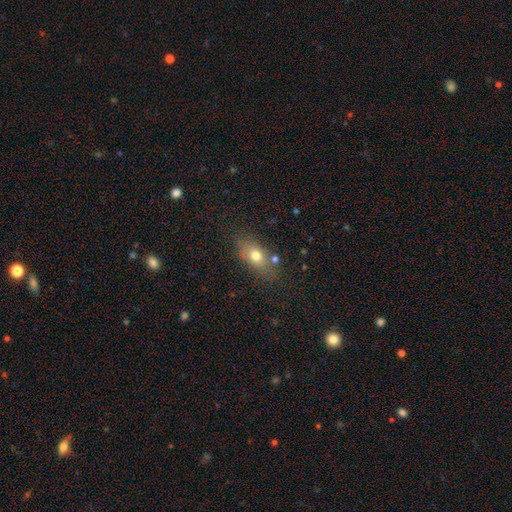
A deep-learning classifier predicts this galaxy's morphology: A smooth galaxy with no disk features (71%) that is in between round and cigar-shaped (75%). Merging: none (71%).